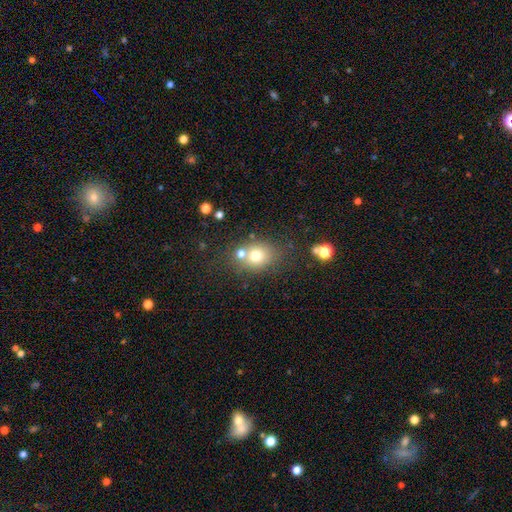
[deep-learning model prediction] This is likely a smooth galaxy (72%). How rounded: likely round (61%). Merging: possibly none (59%).